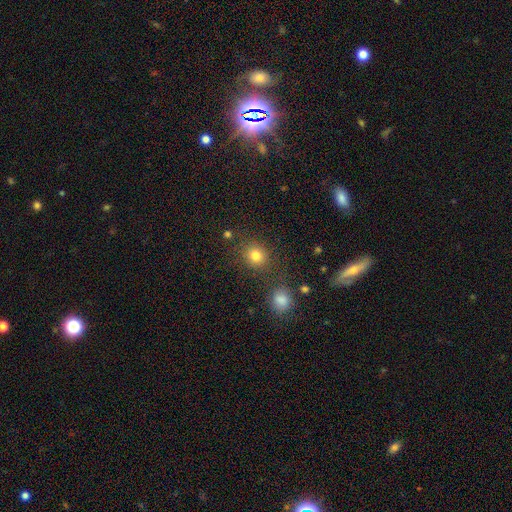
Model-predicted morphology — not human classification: Smooth or featured: smooth — 81% (star or artifact — 13%)
How rounded: round — 82% (in between — 17%)
Merging: none — 78% (minor disturbance — 9%)